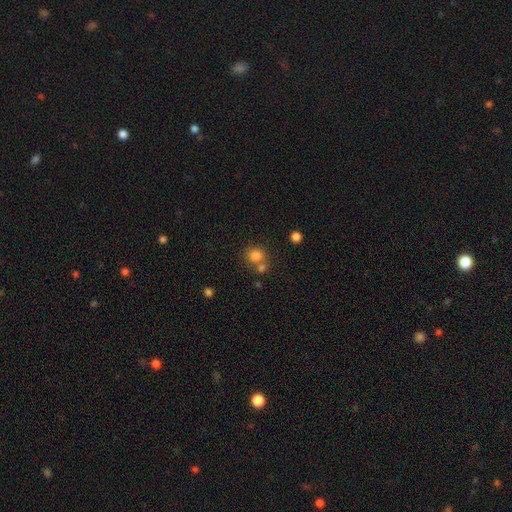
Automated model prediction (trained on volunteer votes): Smooth or featured: smooth — 80% (star or artifact — 13%)
How rounded: round — 83% (in between — 16%)
Merging: none — 56% (merger — 31%)